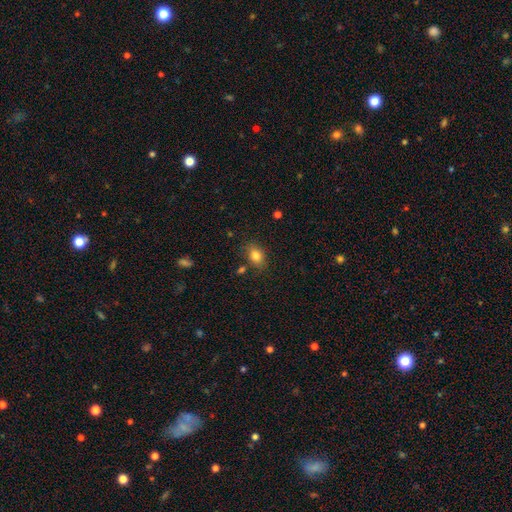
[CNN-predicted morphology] The model was most divided on "how rounded": in between: 76%, round: 23%, cigar-shaped: 2%. More confident: smooth or featured — smooth (82%); merging — none (77%).